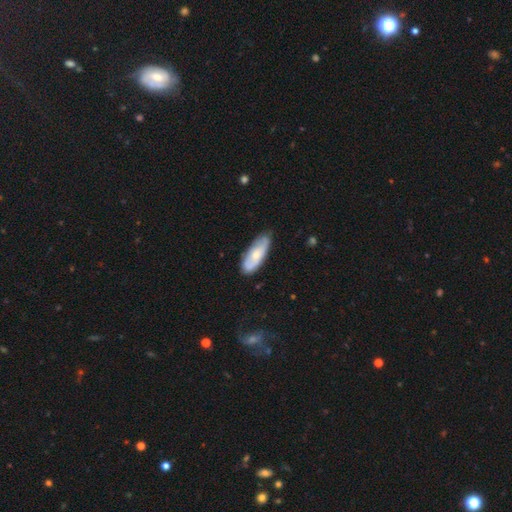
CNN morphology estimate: This appears to be a smooth galaxy with no disk features (53%) that is in between round and cigar-shaped (74%). Merging: none (73%).